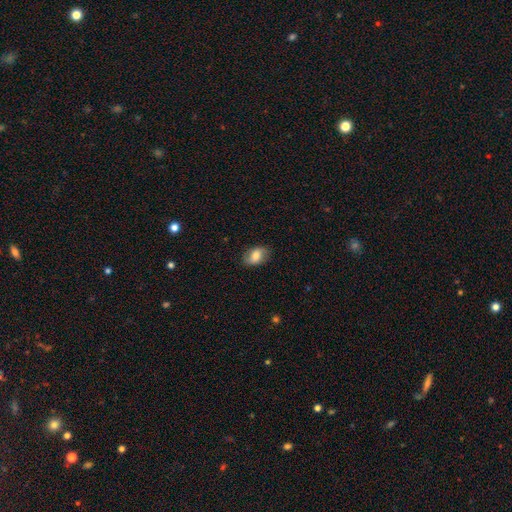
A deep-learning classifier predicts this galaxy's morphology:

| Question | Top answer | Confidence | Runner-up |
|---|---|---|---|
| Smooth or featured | smooth | 72% | featured or disk (21%) |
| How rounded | in between | 86% | round (13%) |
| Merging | none | 81% | minor disturbance (15%) |